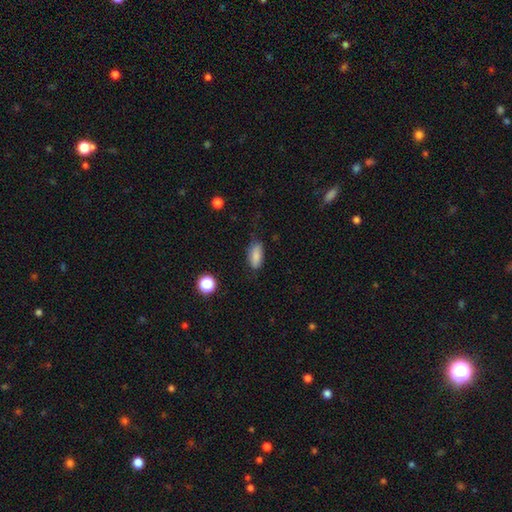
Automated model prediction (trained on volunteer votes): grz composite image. It shows a smooth galaxy with no disk features (84%) that is in between round and cigar-shaped (85%). Merging: none (67%).